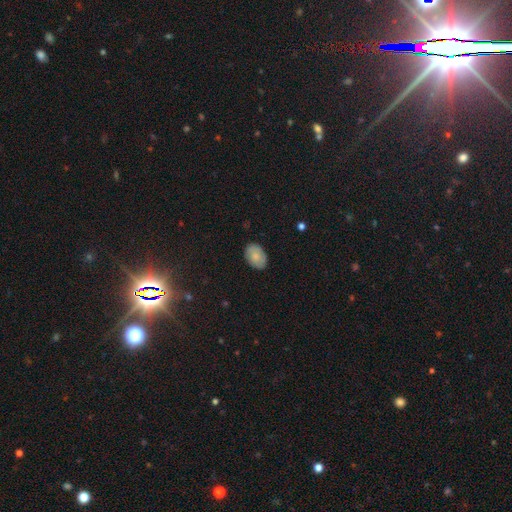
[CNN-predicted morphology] This is likely a smooth galaxy (76%). How rounded: clearly in between (84%). Merging: clearly none (84%).